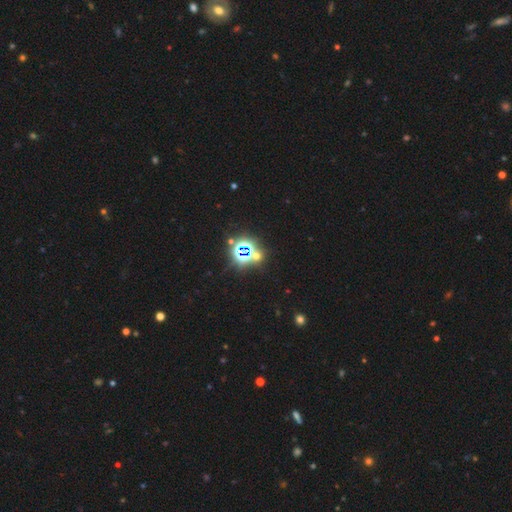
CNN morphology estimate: smooth_or_featured: star or artifact (p=0.70) [alt: smooth p=0.22]